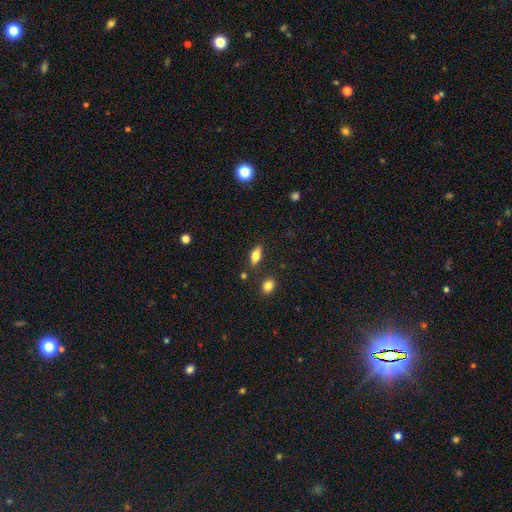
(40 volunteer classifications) Volunteers were most divided on "smooth or featured": smooth: 57%, featured or disk: 38%, star or artifact: 5%. More confident: merging — none (79%); how rounded — in between (70%).